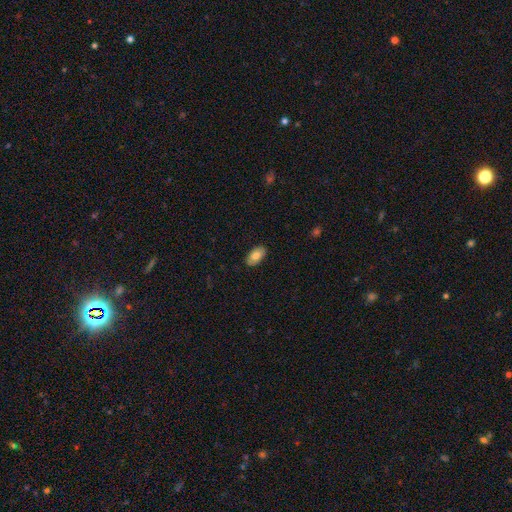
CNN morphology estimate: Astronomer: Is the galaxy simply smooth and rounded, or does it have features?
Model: smooth — 77%.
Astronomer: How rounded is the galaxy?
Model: in between — 95%.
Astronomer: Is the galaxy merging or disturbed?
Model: none — 87%.